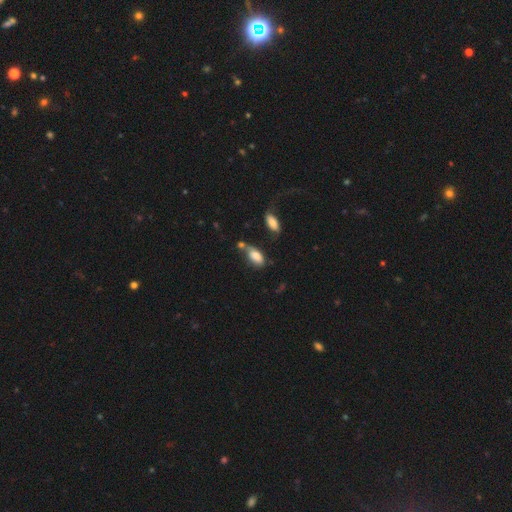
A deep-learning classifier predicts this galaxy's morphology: Q: Smooth or featured?
A: smooth (81%); runner-up: featured or disk (11%)
Q: How rounded?
A: in between (90%); runner-up: cigar-shaped (5%)
Q: Merging?
A: none (41%); runner-up: minor disturbance (25%)